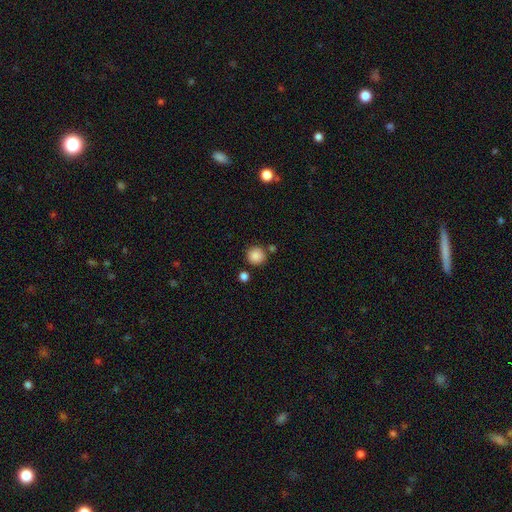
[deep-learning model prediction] Q: Smooth or featured?
A: smooth (86%); runner-up: star or artifact (10%)
Q: How rounded?
A: round (93%); runner-up: in between (6%)
Q: Merging?
A: none (80%); runner-up: minor disturbance (9%)